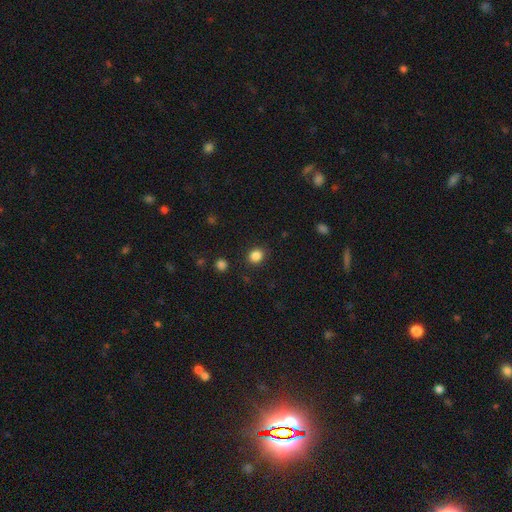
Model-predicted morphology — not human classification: A smooth galaxy with no disk features (85%) that is round (68%).

Vote fractions:
- Smooth or featured? smooth: 85% / star or artifact: 11% / featured or disk: 4%
- How rounded? round: 68% / in between: 31% / cigar-shaped: 1%
- Merging? none: 88% / minor disturbance: 8% / major disturbance: 3% / merger: 2%